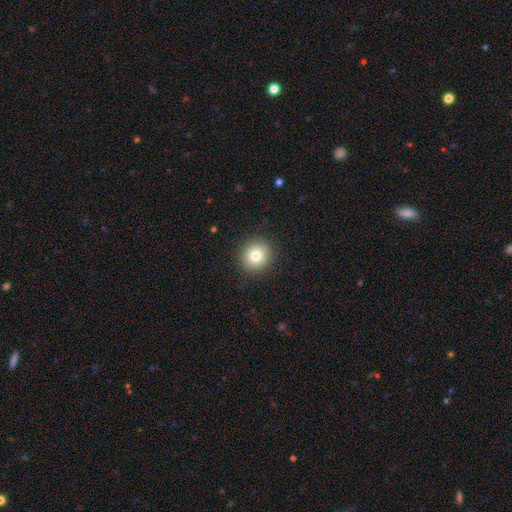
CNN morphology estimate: smooth-or-featured: smooth: 80% | star or artifact: 11% | featured or disk: 9%
  how-rounded: round: 90% | in between: 9% | cigar-shaped: 1%
  merging: none: 91% | minor disturbance: 6% | major disturbance: 2% | merger: 1%